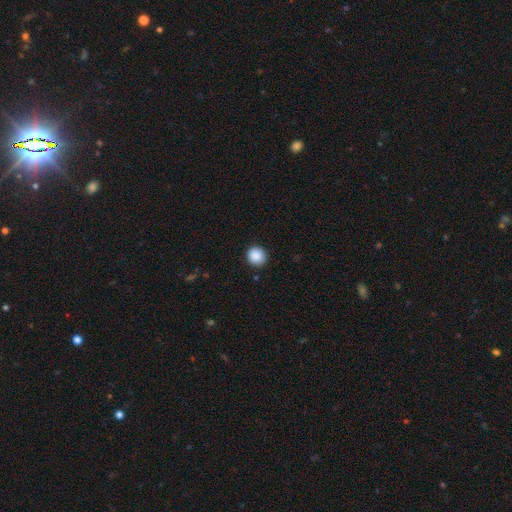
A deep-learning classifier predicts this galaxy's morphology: This appears to be a smooth galaxy with no disk features (89%) that is round (93%). Merging: none (91%).